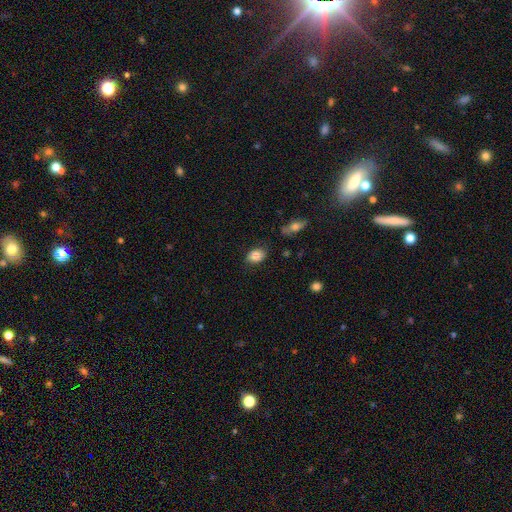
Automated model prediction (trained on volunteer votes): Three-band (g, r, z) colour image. It shows a smooth galaxy with no disk features (85%) that is in between round and cigar-shaped (76%). Merging: none (78%).